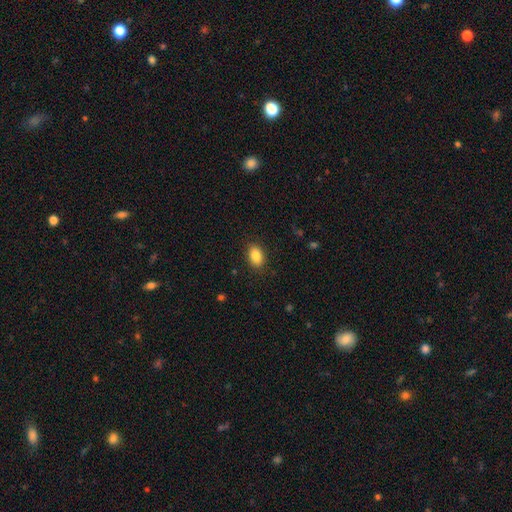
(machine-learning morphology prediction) type=smooth (87%); roundness=in between (86%); merging=none (88%).